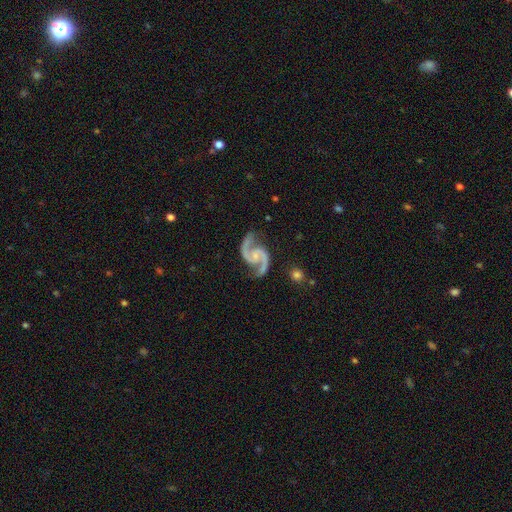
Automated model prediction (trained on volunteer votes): This is clearly a featured or disk galaxy (94%). It is clearly not viewed edge-on (98%). Bar: possibly no (59%). Spiral arm pattern: clearly yes (99%). Spiral arm count: clearly 2 (95%). Spiral winding: likely medium (63%). Central bulge: likely small (63%). Merging: likely none (78%).